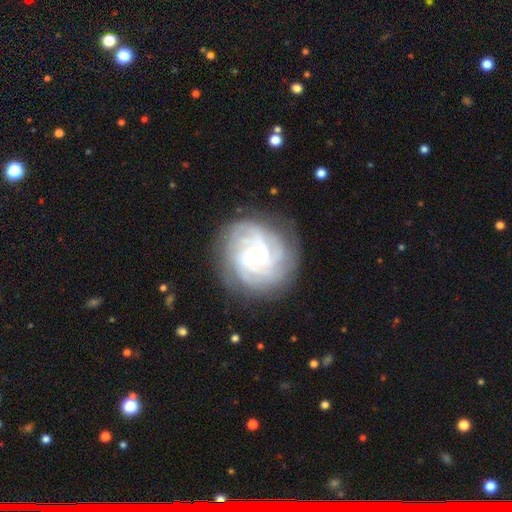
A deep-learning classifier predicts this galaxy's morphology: Smooth or featured: featured or disk — 85% (smooth — 9%)
Edge-on disk: no — 98% (yes — 2%)
Bar: weak — 56% (strong — 23%)
Spiral arms: yes — 96% (no — 4%)
Spiral winding: tight — 62% (medium — 31%)
Spiral arm count: can't tell — 27% (4 — 26%)
Bulge size: small — 63% (moderate — 25%)
Merging: none — 79% (minor disturbance — 14%)